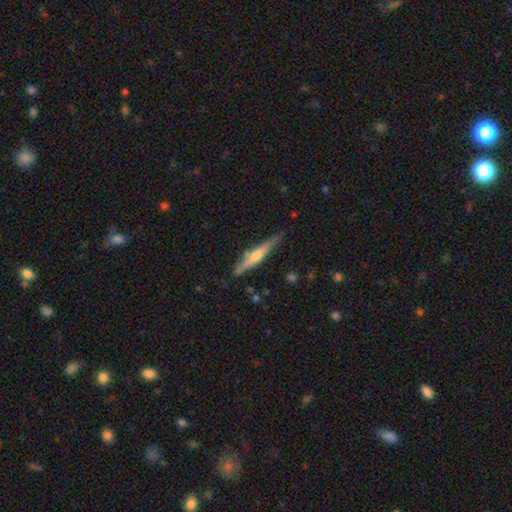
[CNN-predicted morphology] This is likely a featured or disk galaxy (62%). It is clearly viewed edge-on (95%). Edge-on bulge: likely rounded (71%). Merging: clearly none (82%).